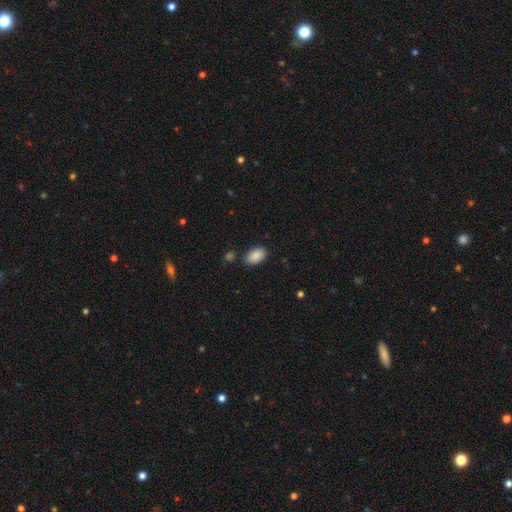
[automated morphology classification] Smooth or featured?
  - smooth: 88% *
  - star or artifact: 7%
  - featured or disk: 5%
How rounded?
  - in between: 93% *
  - round: 6%
  - cigar-shaped: 1%
Merging?
  - none: 85% *
  - minor disturbance: 10%
  - merger: 3%
  - major disturbance: 2%